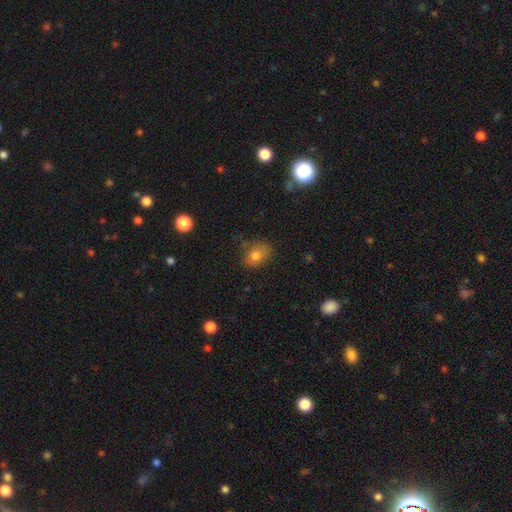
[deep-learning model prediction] Morphology: type=smooth (78%); roundness=in between (66%); merging=none (68%).